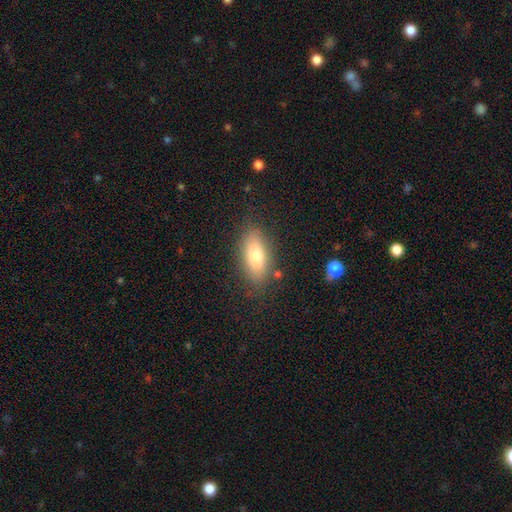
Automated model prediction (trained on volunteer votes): smooth_or_featured: smooth (p=0.75) [alt: featured or disk p=0.18]
how_rounded: in between (p=0.82) [alt: cigar-shaped p=0.14]
merging: none (p=0.82) [alt: minor disturbance p=0.12]